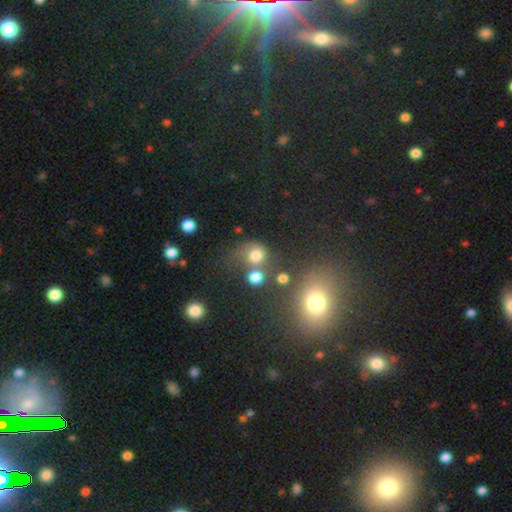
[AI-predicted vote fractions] Overall: smooth (72%). How rounded: round (76%). Merging: none (42%; merger 28%).